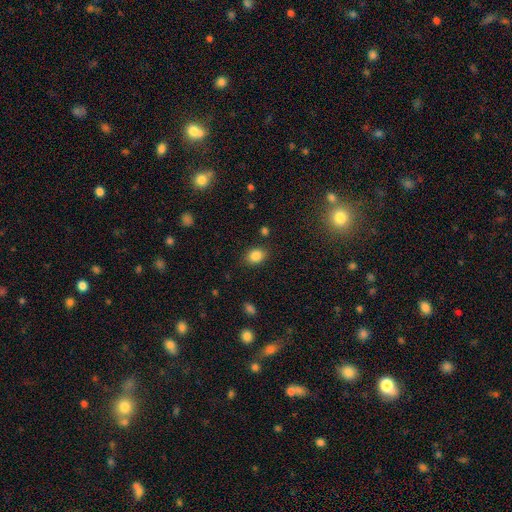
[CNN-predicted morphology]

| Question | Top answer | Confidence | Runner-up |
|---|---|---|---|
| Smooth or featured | smooth | 85% | star or artifact (10%) |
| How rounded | in between | 59% | round (40%) |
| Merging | none | 83% | minor disturbance (11%) |